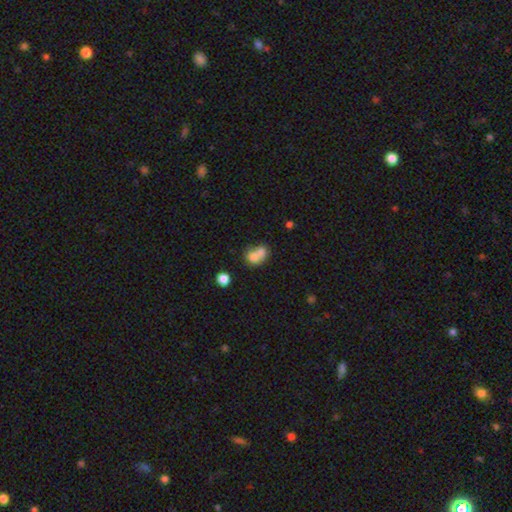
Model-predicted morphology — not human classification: A smooth galaxy with no disk features (72%) that is round (57%). Merging: merger (67%).